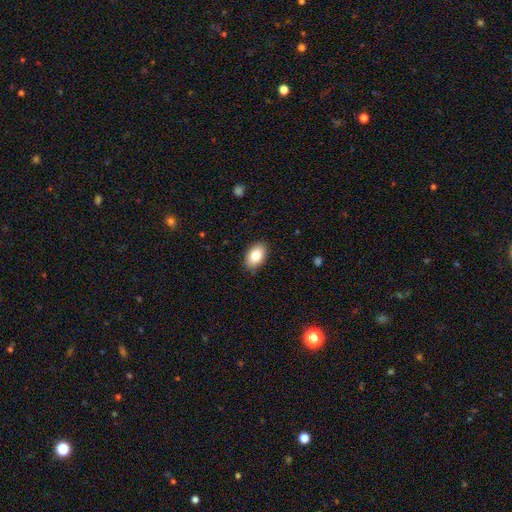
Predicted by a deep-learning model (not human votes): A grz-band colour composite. It shows a smooth galaxy with no disk features (84%) that is in between round and cigar-shaped (90%). Merging: none (87%).